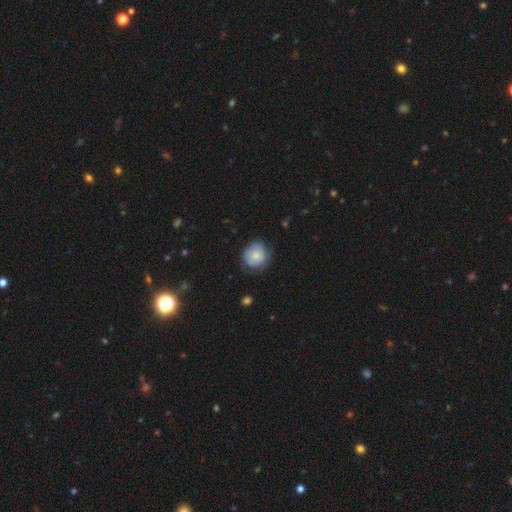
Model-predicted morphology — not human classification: Smooth or featured: smooth — 78% (featured or disk — 14%)
How rounded: round — 88% (in between — 11%)
Merging: none — 73% (minor disturbance — 21%)